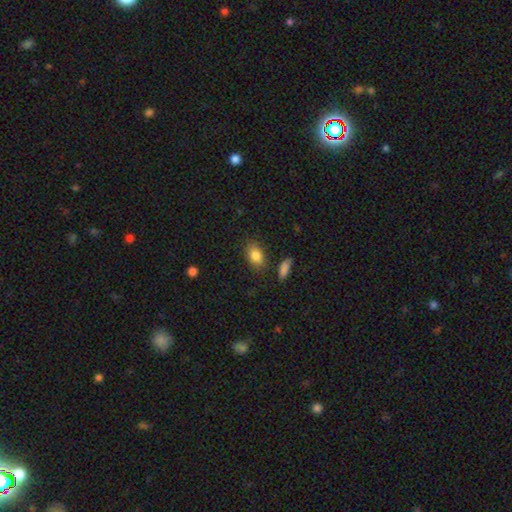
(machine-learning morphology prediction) smooth_or_featured: smooth (p=0.84) [alt: star or artifact p=0.08]
how_rounded: in between (p=0.86) [alt: round p=0.12]
merging: none (p=0.80) [alt: minor disturbance p=0.12]